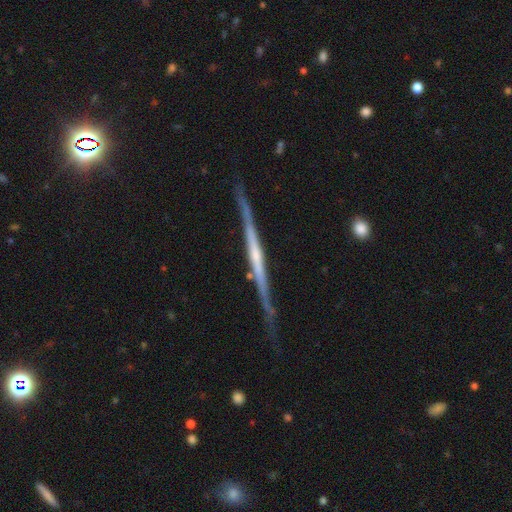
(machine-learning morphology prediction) A featured or disk galaxy (80%) viewed edge-on (98%) with no central bulge (55%).

Vote fractions:
- Smooth or featured? featured or disk: 80% / smooth: 15% / star or artifact: 5%
- Edge-on disk? yes: 98% / no: 2%
- Edge-on bulge? none: 55% / rounded: 32% / boxy: 13%
- Merging? none: 80% / minor disturbance: 15% / major disturbance: 3% / merger: 2%